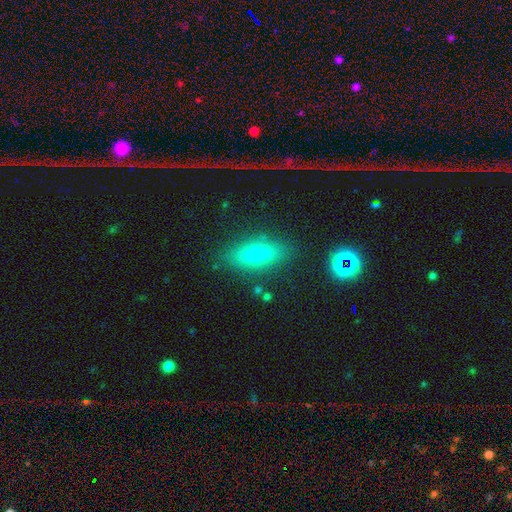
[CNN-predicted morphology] Smooth or featured?
  - smooth: 57% *
  - featured or disk: 22%
  - star or artifact: 20%
How rounded?
  - in between: 74% *
  - cigar-shaped: 17%
  - round: 9%
Merging?
  - none: 80% *
  - minor disturbance: 11%
  - major disturbance: 6%
  - merger: 3%